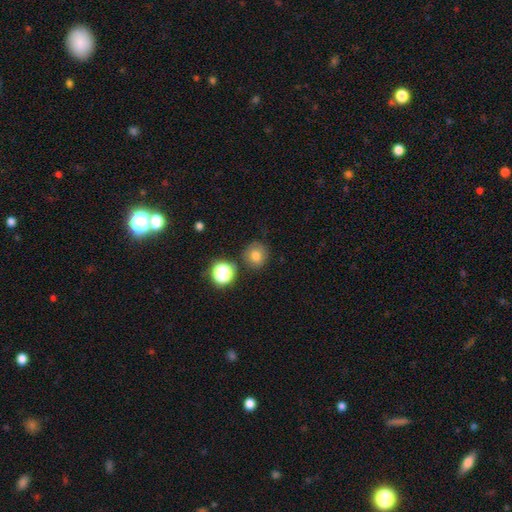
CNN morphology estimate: Overall: smooth (75%). How rounded: round (89%). Merging: none (81%).